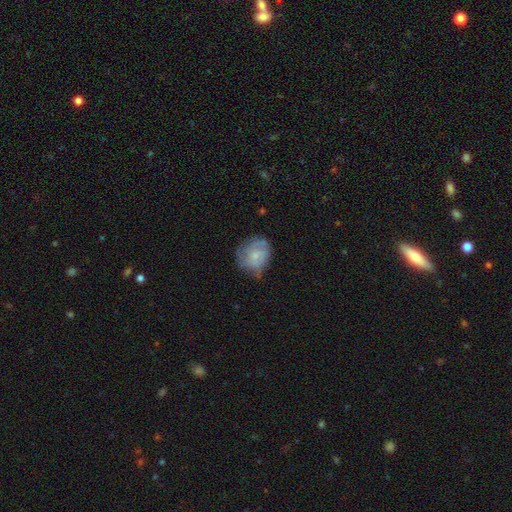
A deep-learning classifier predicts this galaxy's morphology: This appears to be a smooth galaxy with no disk features (51%) that is round (66%). Merging: none (56%).